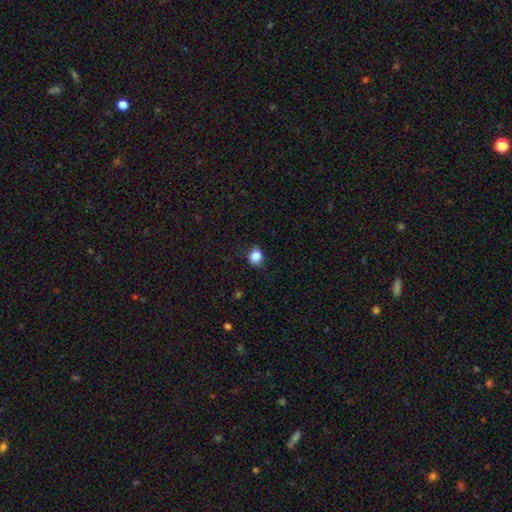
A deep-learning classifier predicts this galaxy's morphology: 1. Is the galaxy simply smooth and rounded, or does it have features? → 85% smooth, 11% star or artifact, 4% featured or disk.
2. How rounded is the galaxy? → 75% round, 24% in between, 1% cigar-shaped.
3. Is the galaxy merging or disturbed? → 79% none, 16% minor disturbance, 4% major disturbance, 1% merger.